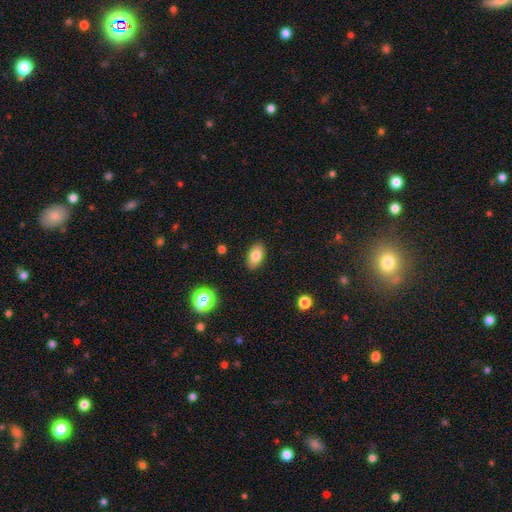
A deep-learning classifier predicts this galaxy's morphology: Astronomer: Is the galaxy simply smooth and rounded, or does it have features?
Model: smooth — 81%.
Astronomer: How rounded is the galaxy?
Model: in between — 90%.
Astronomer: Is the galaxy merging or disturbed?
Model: none — 89%.